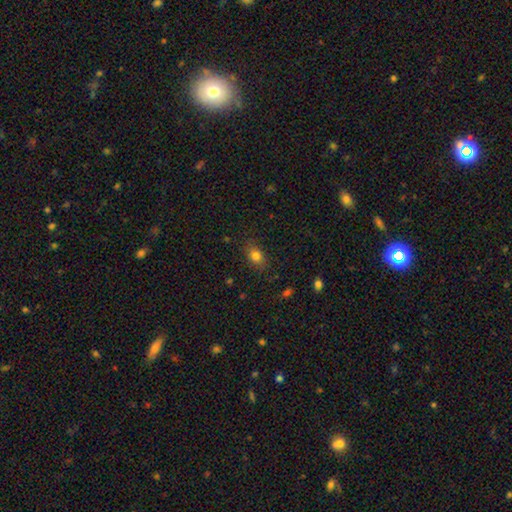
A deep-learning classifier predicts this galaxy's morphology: Smooth or featured? Predicted: smooth (p=0.80). How rounded? Predicted: in between (p=0.69). Merging? Predicted: none (p=0.81).